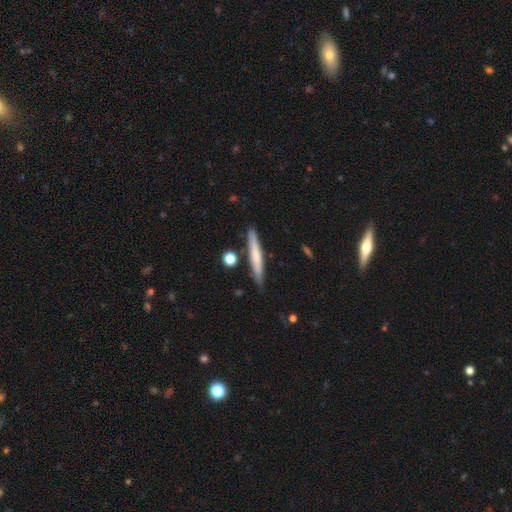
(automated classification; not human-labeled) Morphology: type=smooth (61%); roundness=cigar-shaped (95%); merging=none (86%).